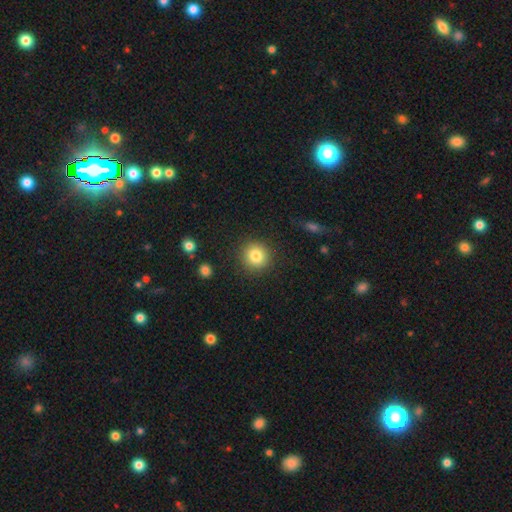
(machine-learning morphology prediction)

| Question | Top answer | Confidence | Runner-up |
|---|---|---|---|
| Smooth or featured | smooth | 82% | star or artifact (11%) |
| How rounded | round | 92% | in between (7%) |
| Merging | none | 90% | minor disturbance (7%) |